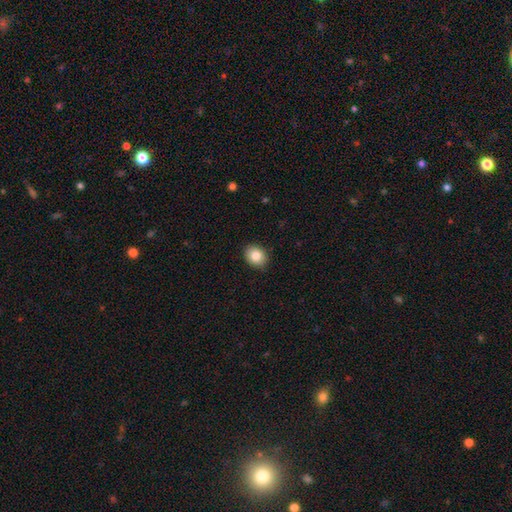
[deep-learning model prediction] smooth-or-featured: smooth: 85% | star or artifact: 9% | featured or disk: 7%
  how-rounded: round: 51% | in between: 48% | cigar-shaped: 1%
  merging: none: 88% | minor disturbance: 9% | major disturbance: 2% | merger: 1%